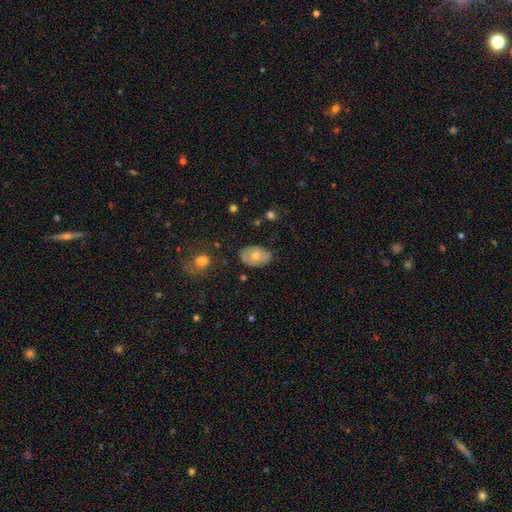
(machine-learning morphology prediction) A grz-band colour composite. It shows a smooth galaxy with no disk features (61%) that is in between round and cigar-shaped (80%). Merging: none (69%).